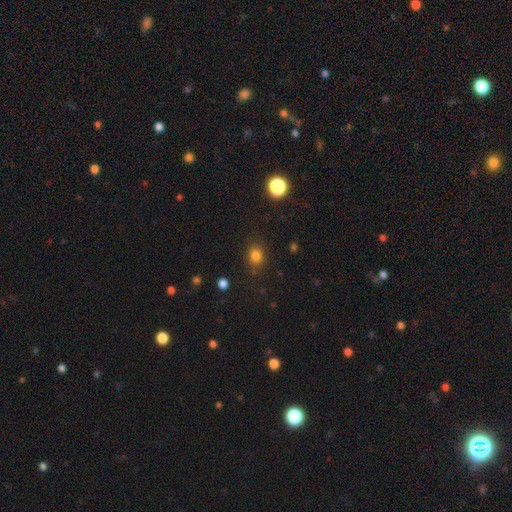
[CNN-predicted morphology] This appears to be a smooth galaxy with no disk features (81%) that is round (69%). Merging: none (84%).